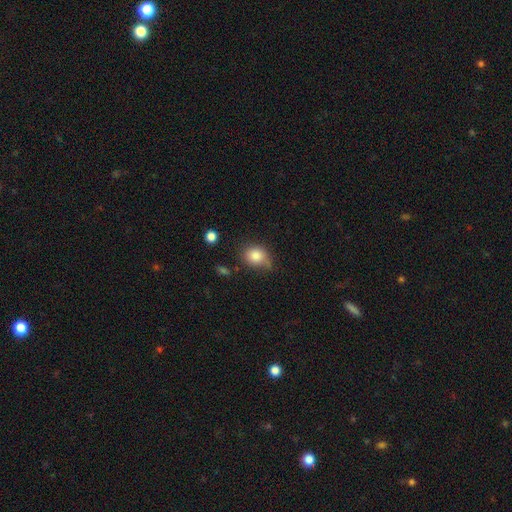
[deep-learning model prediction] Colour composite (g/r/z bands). It shows a smooth galaxy with no disk features (82%) that is round (59%). Merging: none (54%).